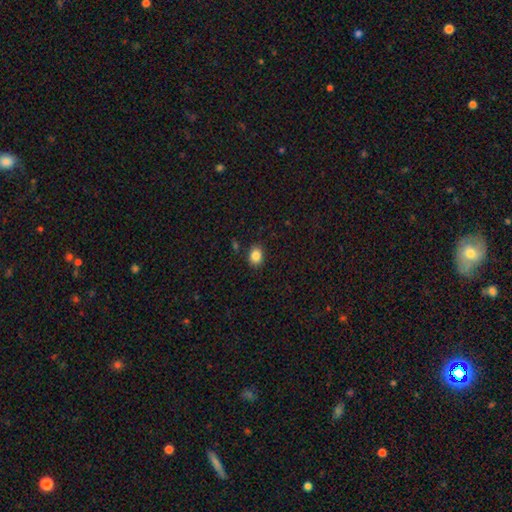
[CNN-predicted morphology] smooth 86%, star or artifact 9%, featured or disk 5%. Down the decision tree: how rounded — in between (59%); merging — none (86%).